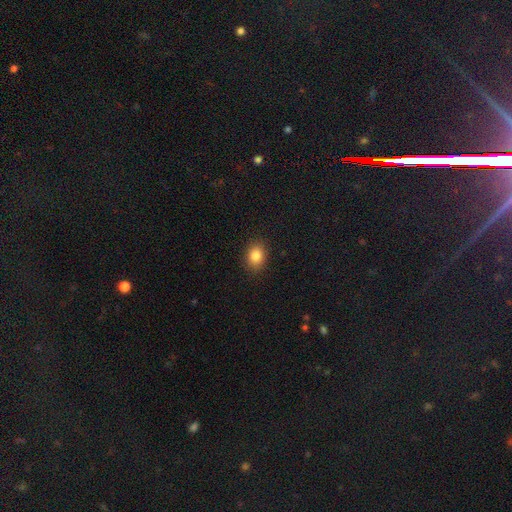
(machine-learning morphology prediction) A smooth galaxy with no disk features (84%) that is in between round and cigar-shaped (60%).

Vote fractions:
- Smooth or featured? smooth: 84% / star or artifact: 10% / featured or disk: 6%
- How rounded? in between: 60% / round: 39% / cigar-shaped: 1%
- Merging? none: 88% / minor disturbance: 8% / major disturbance: 2% / merger: 1%